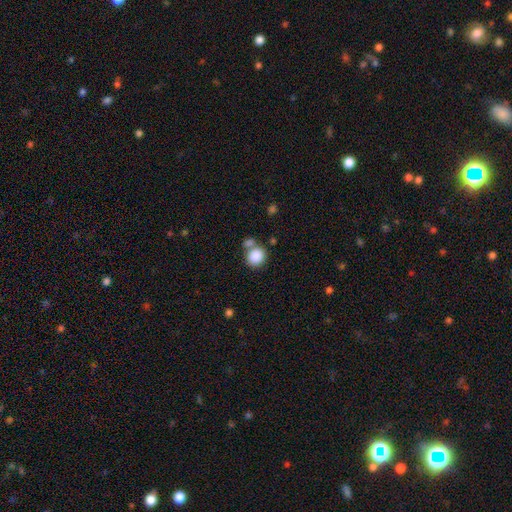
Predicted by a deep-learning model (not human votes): This appears to be a smooth galaxy with no disk features (86%) that is round (77%). Merging: none (55%).